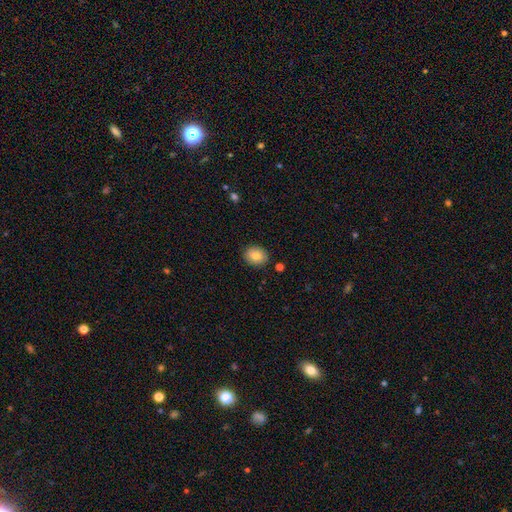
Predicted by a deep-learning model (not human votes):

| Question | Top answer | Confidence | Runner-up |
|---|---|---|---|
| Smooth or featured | smooth | 82% | featured or disk (10%) |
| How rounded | round | 59% | in between (40%) |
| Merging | none | 88% | minor disturbance (8%) |